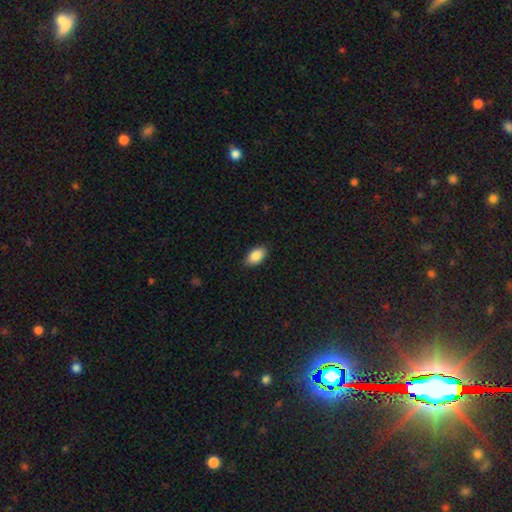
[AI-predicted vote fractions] Overall: smooth (88%). How rounded: in between (93%). Merging: none (88%).